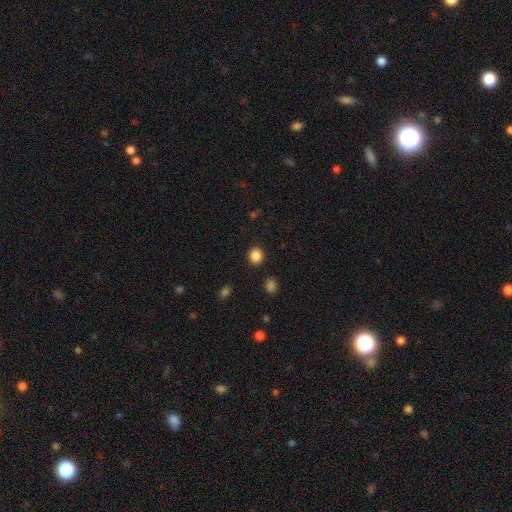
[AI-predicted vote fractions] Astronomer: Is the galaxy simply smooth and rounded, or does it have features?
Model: smooth — 86%.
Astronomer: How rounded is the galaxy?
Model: round — 89%.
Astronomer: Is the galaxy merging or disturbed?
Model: none — 91%.